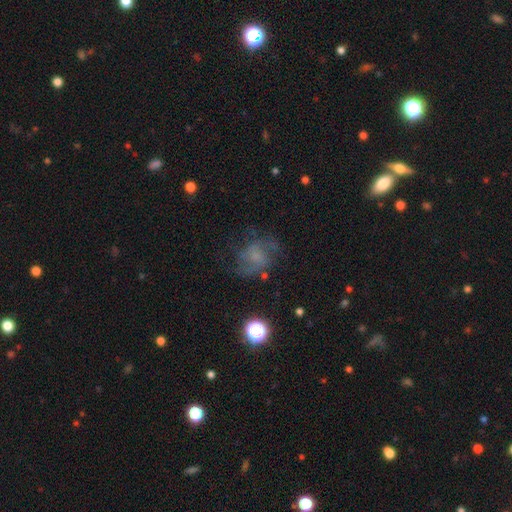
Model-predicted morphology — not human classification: The model was most divided on "smooth or featured": featured or disk: 51%, smooth: 31%, star or artifact: 18%. More confident: edge-on disk — no (97%); merging — none (59%).